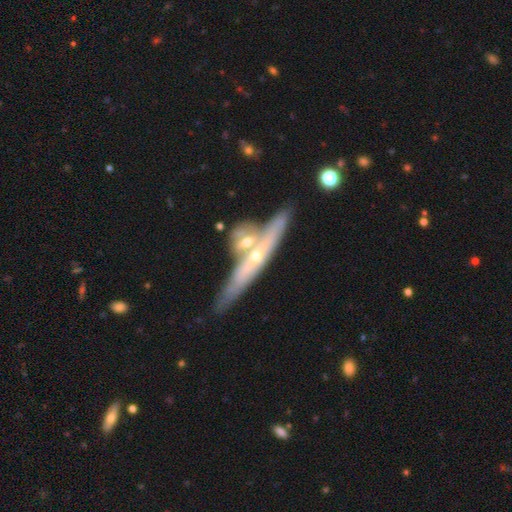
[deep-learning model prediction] Smooth or featured: featured or disk — 66% (smooth — 28%)
Edge-on disk: yes — 75% (no — 25%)
Merging: none — 45% (merger — 38%)